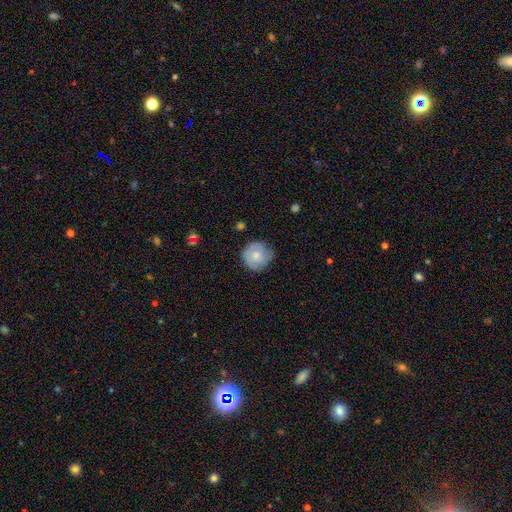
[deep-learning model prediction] Smooth or featured: smooth — 73% (featured or disk — 20%)
How rounded: round — 94% (in between — 5%)
Merging: none — 74% (minor disturbance — 21%)